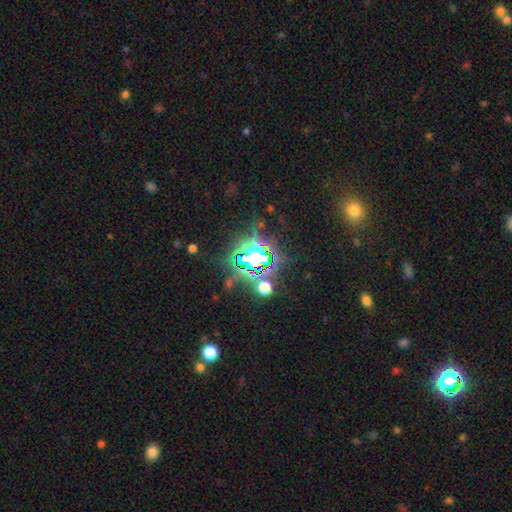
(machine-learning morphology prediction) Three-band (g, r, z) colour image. It shows a star or artifact, not a galaxy (72%).